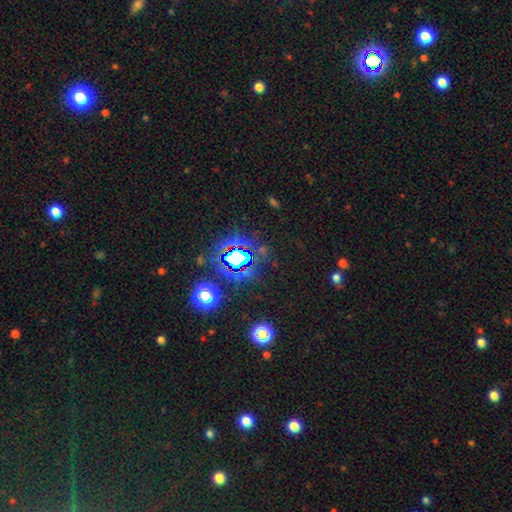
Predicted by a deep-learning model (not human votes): Smooth or featured? star or artifact (80%)